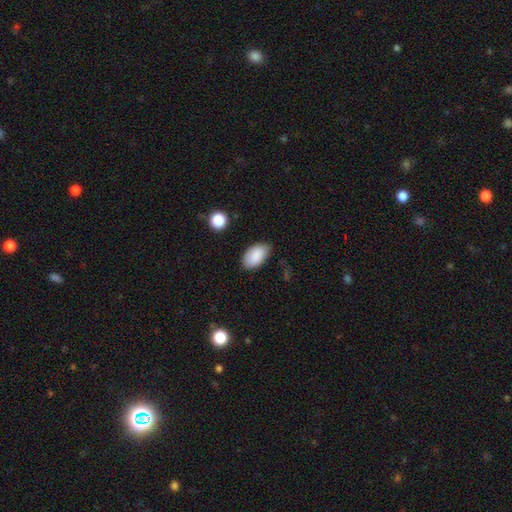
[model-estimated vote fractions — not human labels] Smooth or featured: smooth — 88% (star or artifact — 7%)
How rounded: in between — 94% (round — 4%)
Merging: none — 79% (minor disturbance — 17%)